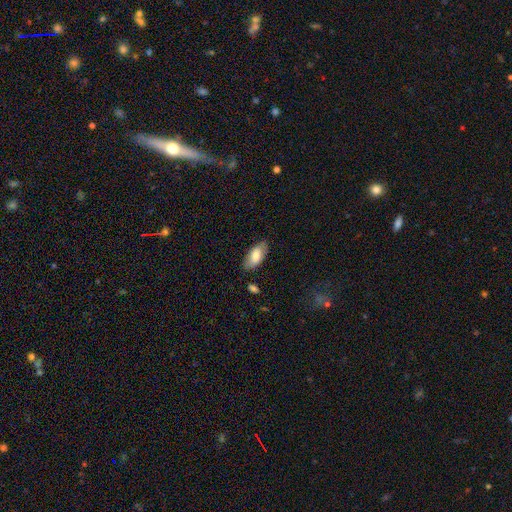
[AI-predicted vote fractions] smooth-or-featured: smooth: 77% | featured or disk: 17% | star or artifact: 6%
  how-rounded: in between: 91% | cigar-shaped: 6% | round: 2%
  merging: none: 79% | minor disturbance: 16% | major disturbance: 3% | merger: 2%